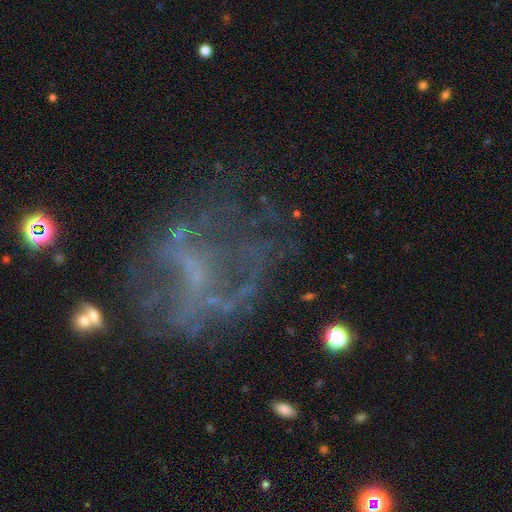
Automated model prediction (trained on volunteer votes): Morphology: type=featured or disk (62%); edge-on=no (97%); bar=no (67%); spiral arms=no (67%); bulge=none (59%); merging=none (47%).